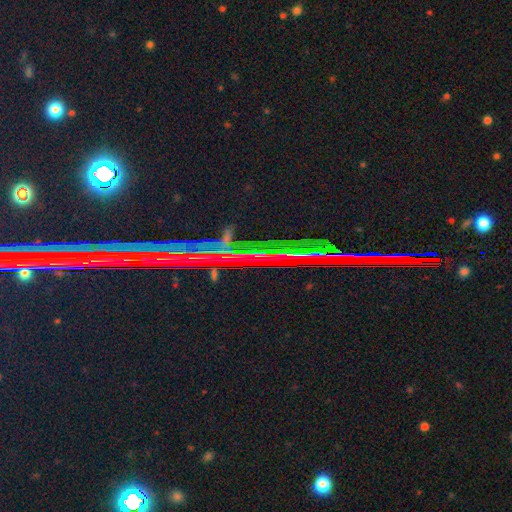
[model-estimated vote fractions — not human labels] smooth-or-featured: star or artifact: 81% | featured or disk: 11% | smooth: 8%